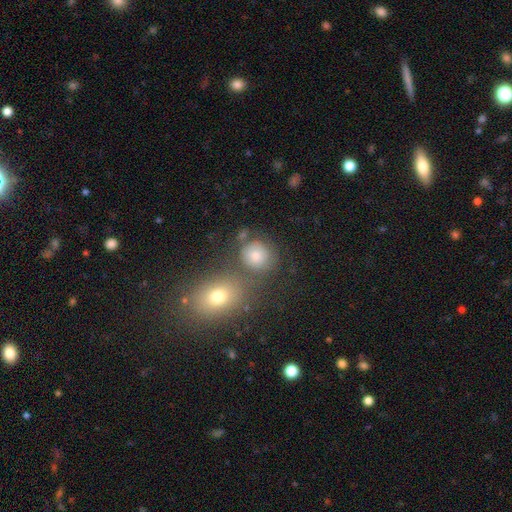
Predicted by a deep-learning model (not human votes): smooth-or-featured: smooth: 76% | star or artifact: 13% | featured or disk: 11%
  how-rounded: round: 79% | in between: 19% | cigar-shaped: 1%
  merging: none: 63% | merger: 18% | minor disturbance: 13% | major disturbance: 6%